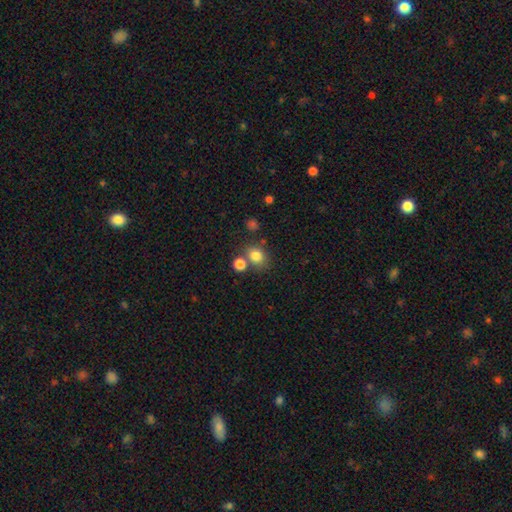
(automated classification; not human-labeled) Smooth or featured? Predicted: smooth (p=0.80). How rounded? Predicted: round (p=0.62). Merging? Predicted: none (p=0.63).